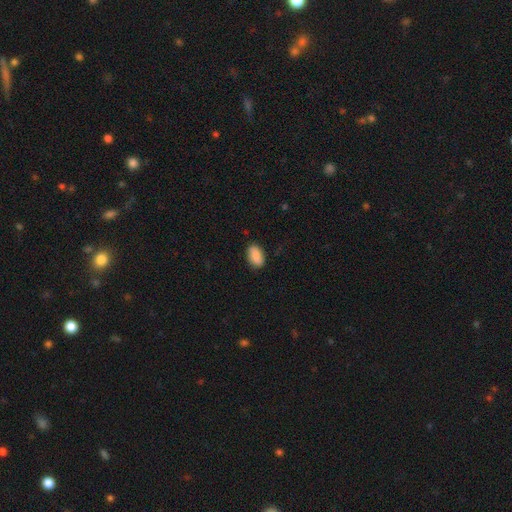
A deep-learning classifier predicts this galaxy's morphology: type=smooth (87%); roundness=in between (92%); merging=none (86%).